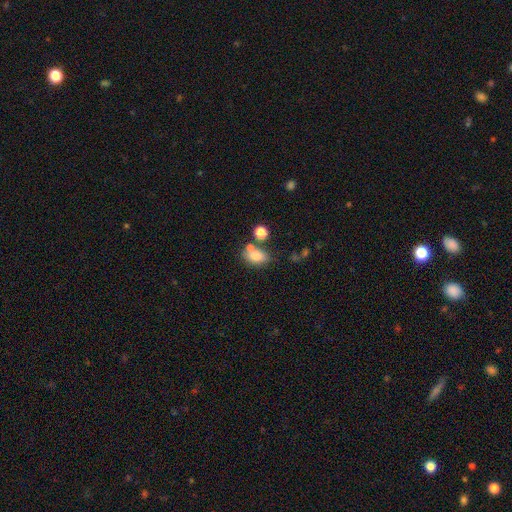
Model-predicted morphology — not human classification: Smooth or featured? Predicted: smooth (p=0.75). How rounded? Predicted: in between (p=0.76). Merging? Predicted: none (p=0.50).